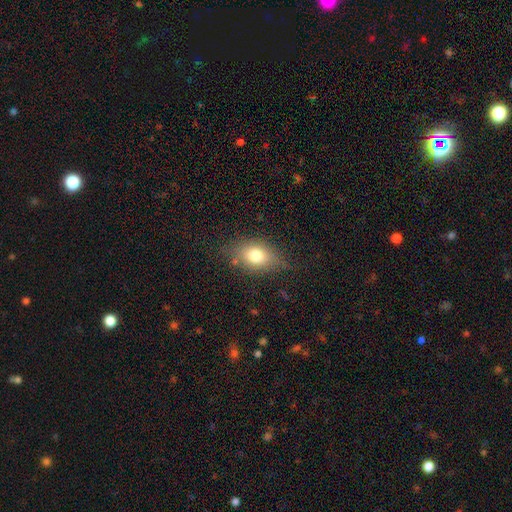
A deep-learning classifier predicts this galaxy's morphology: Smooth or featured? smooth (74%)
How rounded? in between (77%)
Merging? none (72%)